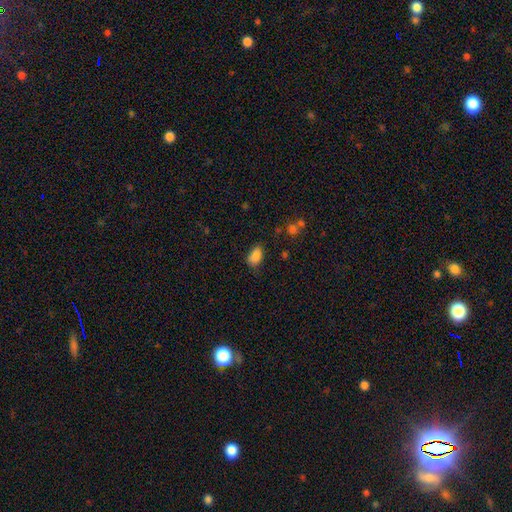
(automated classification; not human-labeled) Smooth or featured? smooth (86%)
How rounded? in between (91%)
Merging? none (72%)